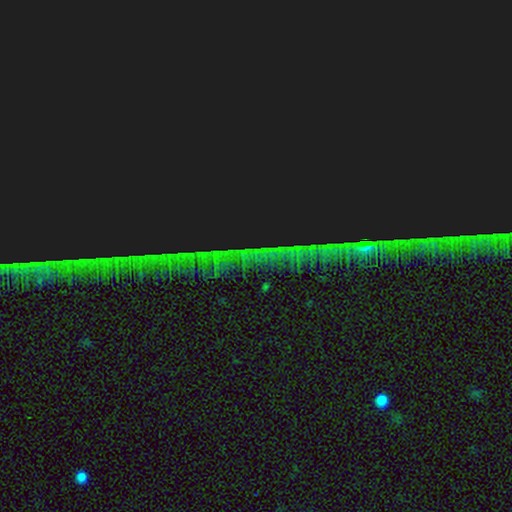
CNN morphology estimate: star or artifact 88%, featured or disk 7%, smooth 5%.